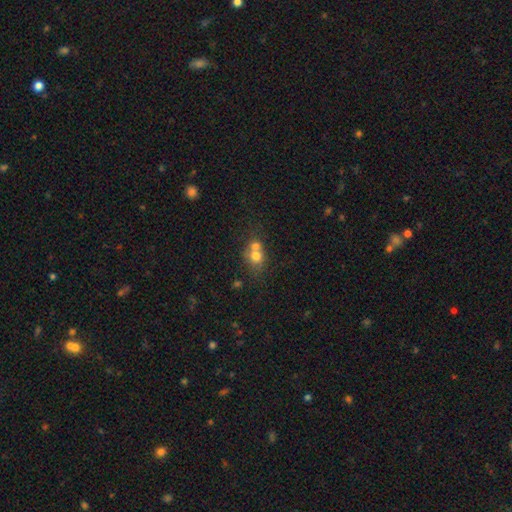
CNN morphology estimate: Smooth or featured? Predicted: smooth (p=0.71). How rounded? Predicted: round (p=0.70). Merging? Predicted: merger (p=0.60).